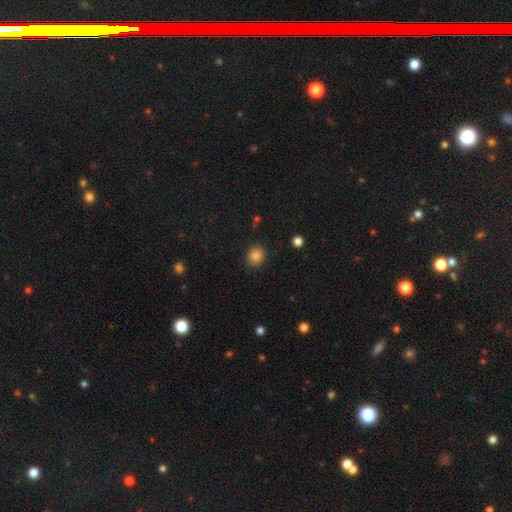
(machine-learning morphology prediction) type=smooth (83%); roundness=round (77%); merging=none (89%).